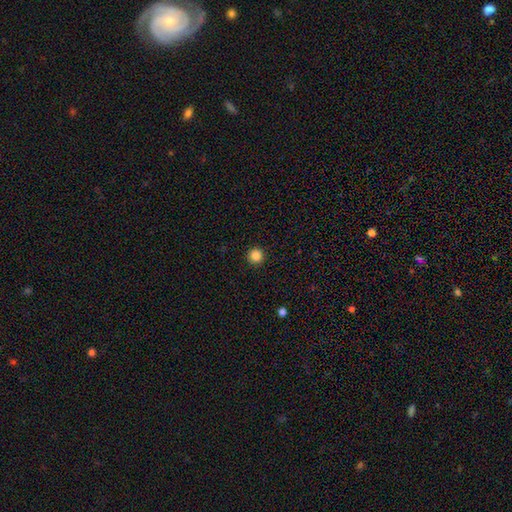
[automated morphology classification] This is clearly a smooth galaxy (86%). How rounded: clearly round (96%). Merging: clearly none (93%).